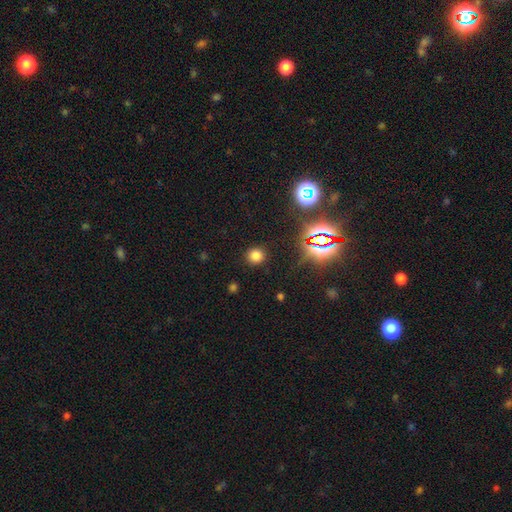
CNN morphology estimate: smooth_or_featured: smooth (p=0.74) [alt: star or artifact p=0.20]
how_rounded: round (p=0.89) [alt: in between p=0.10]
merging: none (p=0.89) [alt: minor disturbance p=0.07]